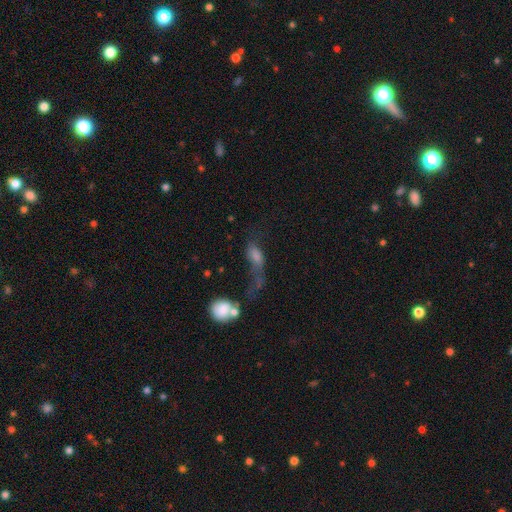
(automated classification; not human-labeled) A smooth galaxy with no disk features (53%) that is in between round and cigar-shaped (66%).

Vote fractions:
- Smooth or featured? smooth: 53% / featured or disk: 33% / star or artifact: 15%
- How rounded? in between: 66% / cigar-shaped: 19% / round: 15%
- Merging? major disturbance: 47% / none: 19% / merger: 19% / minor disturbance: 14%